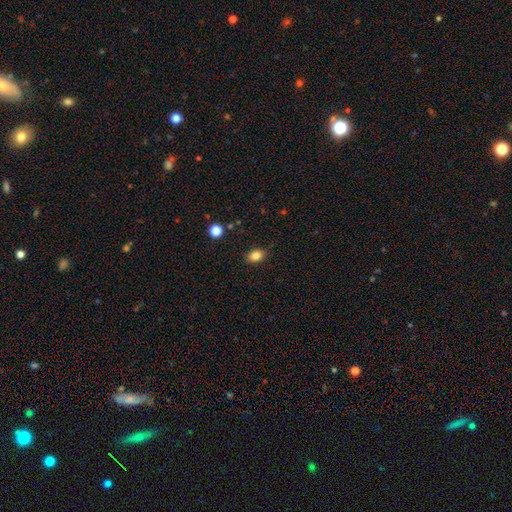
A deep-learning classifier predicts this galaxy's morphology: This is clearly a smooth galaxy (84%). How rounded: likely in between (76%). Merging: clearly none (86%).